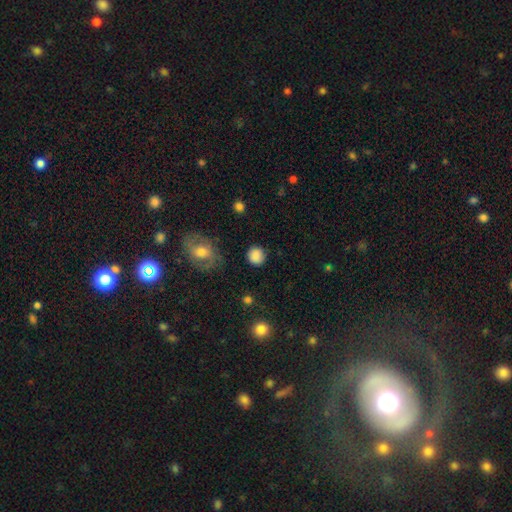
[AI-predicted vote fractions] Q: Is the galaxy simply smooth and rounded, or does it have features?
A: smooth — 86%.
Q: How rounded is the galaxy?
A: round — 87%.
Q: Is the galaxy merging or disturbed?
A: none — 86%.